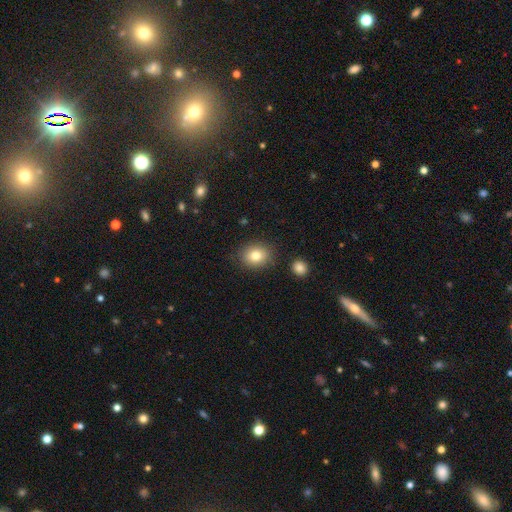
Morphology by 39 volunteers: smooth_or_featured: smooth (p=0.79) [alt: star or artifact p=0.13]
how_rounded: round (p=0.65) [alt: in between p=0.35]
merging: none (p=0.91) [alt: minor disturbance p=0.09]